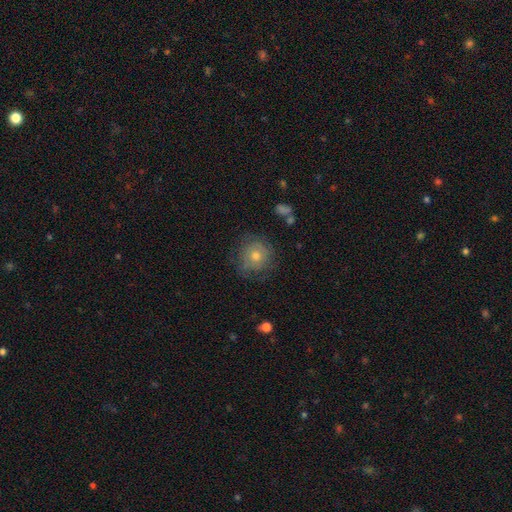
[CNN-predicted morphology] Smooth or featured: smooth — 49% (featured or disk — 37%)
Merging: none — 73% (minor disturbance — 17%)